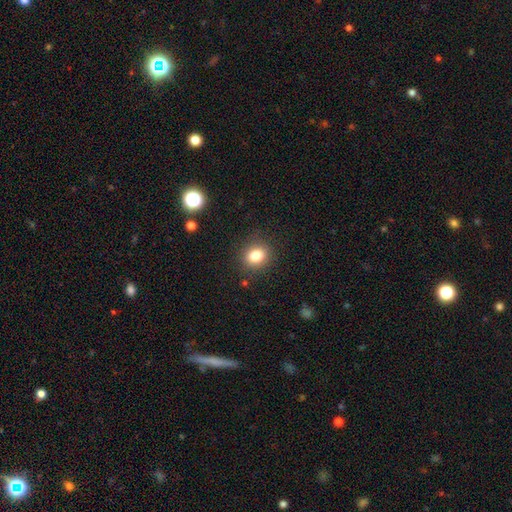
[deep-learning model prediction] smooth 82%, star or artifact 11%, featured or disk 7%. Down the decision tree: how rounded — round (61%); merging — none (87%).